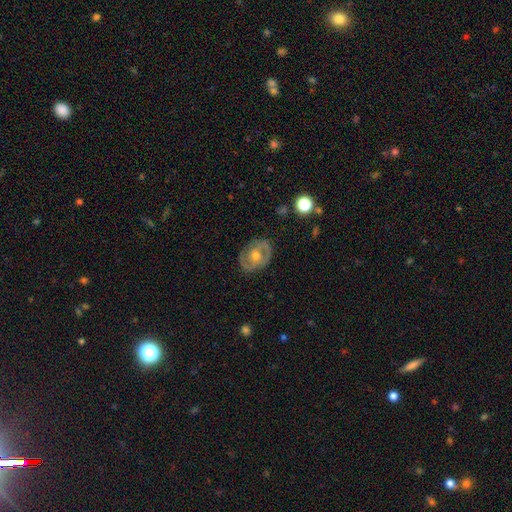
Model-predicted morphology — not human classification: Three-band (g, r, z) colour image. It shows a featured or disk galaxy (66%) with no bar (64%), spiral arms (51%) and a moderate central bulge (74%). Merging: none (79%).